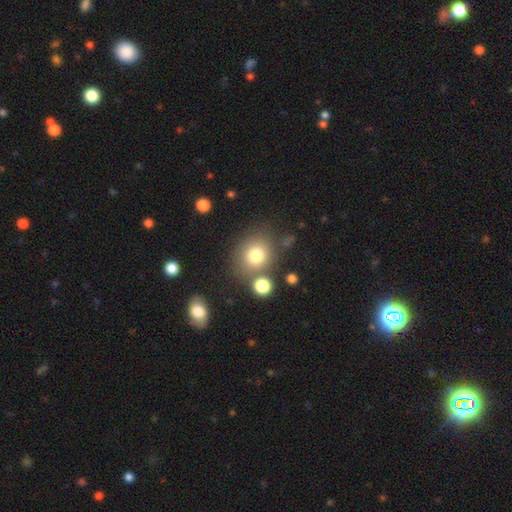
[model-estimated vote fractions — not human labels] Smooth or featured? Predicted: smooth (p=0.77). How rounded? Predicted: round (p=0.79). Merging? Predicted: none (p=0.71).